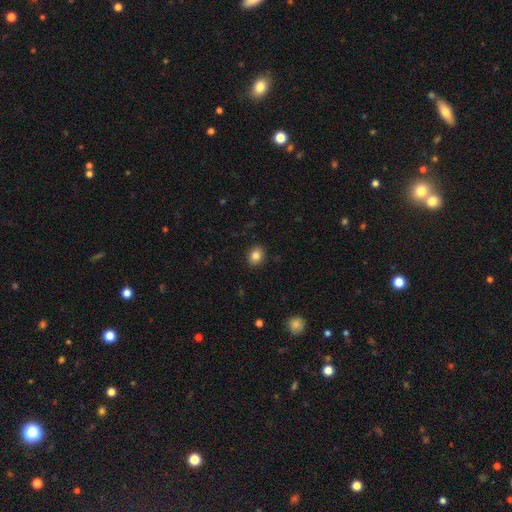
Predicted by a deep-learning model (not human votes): Smooth or featured: smooth — 84% (star or artifact — 10%)
How rounded: round — 61% (in between — 38%)
Merging: none — 90% (minor disturbance — 7%)